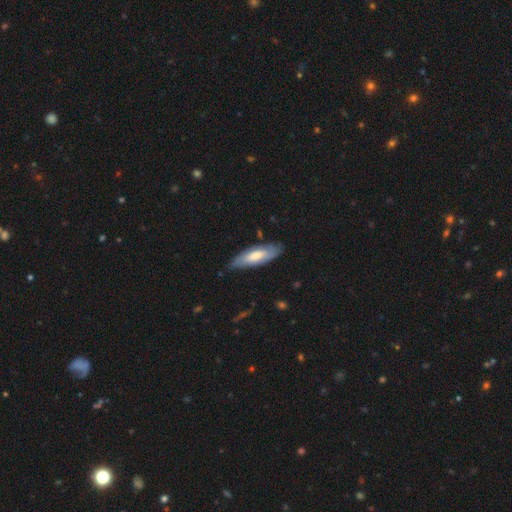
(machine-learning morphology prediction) The model was most divided on "smooth or featured": smooth: 56%, featured or disk: 39%, star or artifact: 5%. More confident: merging — none (76%); how rounded — in between (60%).